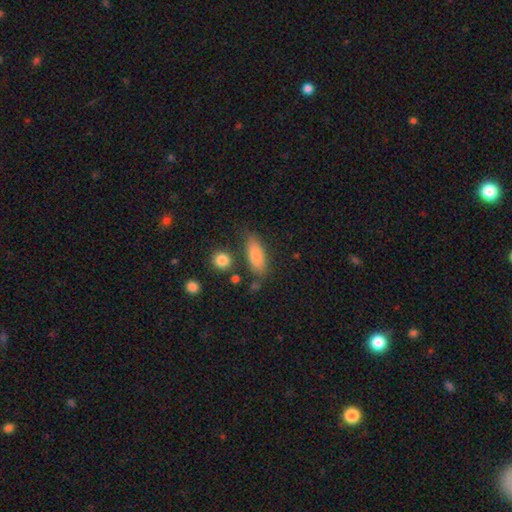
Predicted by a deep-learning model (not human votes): This appears to be a smooth galaxy with no disk features (84%) that is in between round and cigar-shaped (75%). Merging: none (72%).